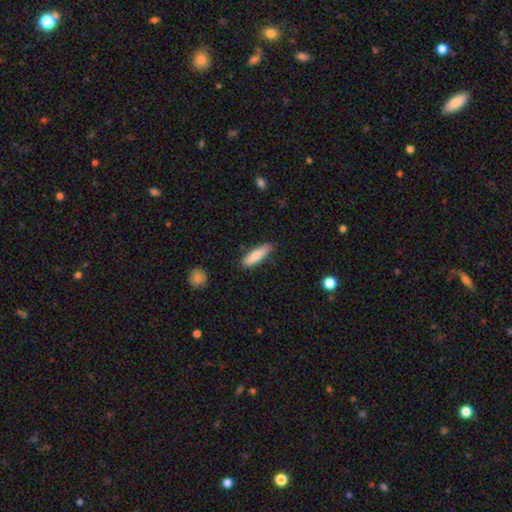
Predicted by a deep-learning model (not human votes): Smooth or featured? Predicted: smooth (p=0.80). How rounded? Predicted: cigar-shaped (p=0.62). Merging? Predicted: none (p=0.82).